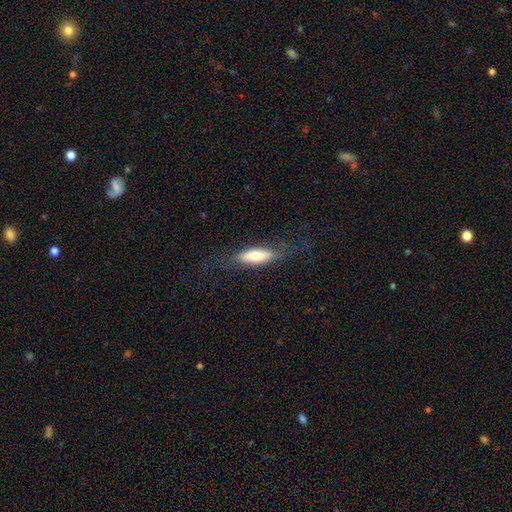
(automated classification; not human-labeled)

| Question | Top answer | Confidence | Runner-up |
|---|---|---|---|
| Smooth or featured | smooth | 71% | featured or disk (23%) |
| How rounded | in between | 54% | cigar-shaped (44%) |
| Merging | none | 70% | minor disturbance (18%) |